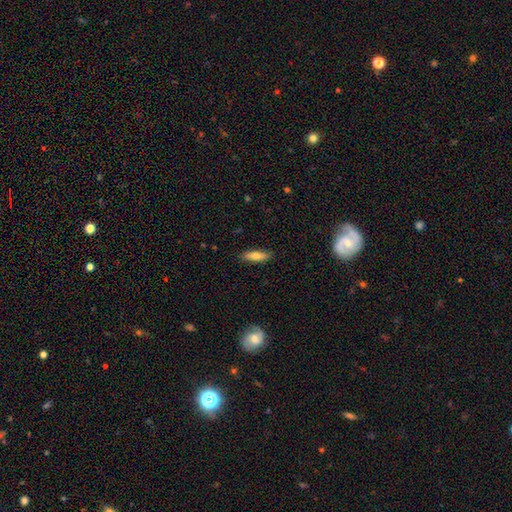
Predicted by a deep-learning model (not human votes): This is likely a smooth galaxy (72%). How rounded: possibly cigar-shaped (52%). Merging: clearly none (88%).